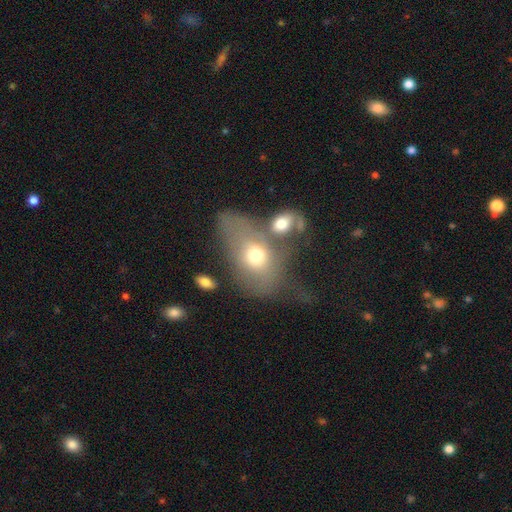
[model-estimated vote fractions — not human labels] smooth_or_featured: smooth (p=0.59) [alt: featured or disk p=0.31]
how_rounded: in between (p=0.75) [alt: round p=0.22]
merging: merger (p=0.38) [alt: major disturbance p=0.24]